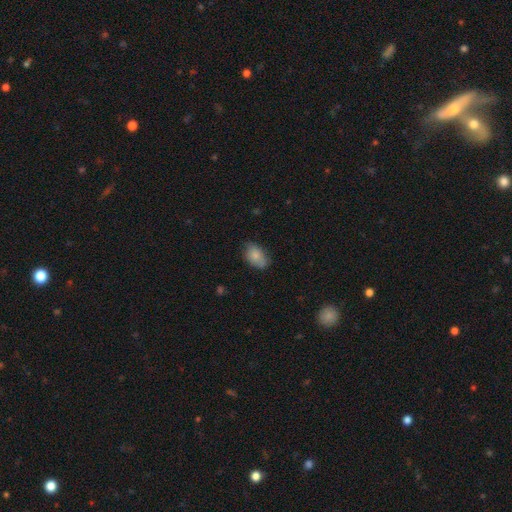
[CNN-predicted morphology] smooth_or_featured: smooth (p=0.83) [alt: featured or disk p=0.10]
how_rounded: in between (p=0.88) [alt: round p=0.11]
merging: none (p=0.68) [alt: minor disturbance p=0.24]